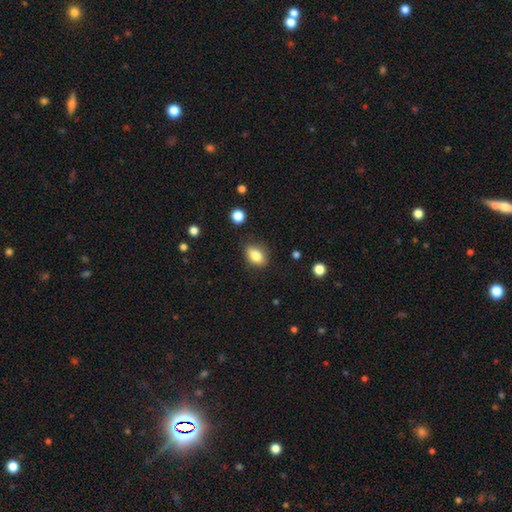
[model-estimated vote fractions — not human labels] Smooth or featured? Predicted: smooth (p=0.83). How rounded? Predicted: in between (p=0.79). Merging? Predicted: none (p=0.80).